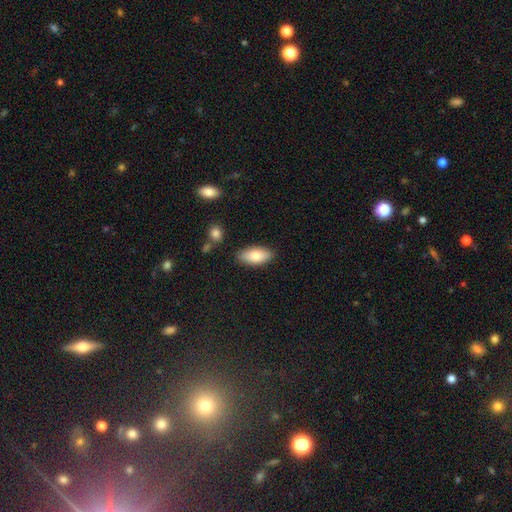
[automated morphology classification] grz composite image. It shows a smooth galaxy with no disk features (79%) that is in between round and cigar-shaped (89%). Merging: none (84%).